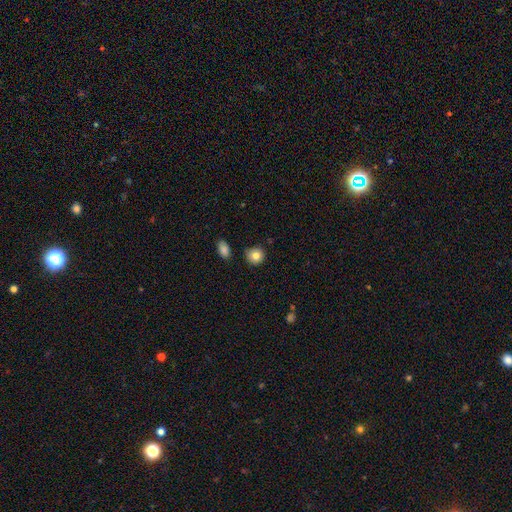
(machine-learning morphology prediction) smooth-or-featured: smooth: 82% | star or artifact: 9% | featured or disk: 8%
  how-rounded: round: 88% | in between: 11% | cigar-shaped: 1%
  merging: none: 84% | minor disturbance: 11% | merger: 3% | major disturbance: 2%